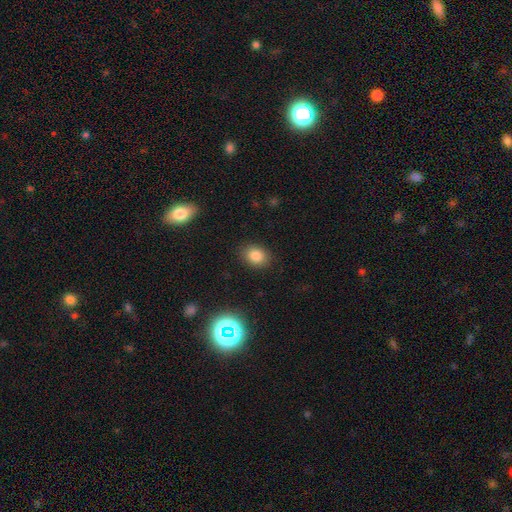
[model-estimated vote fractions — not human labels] A smooth galaxy with no disk features (82%) that is in between round and cigar-shaped (56%). Merging: none (87%).